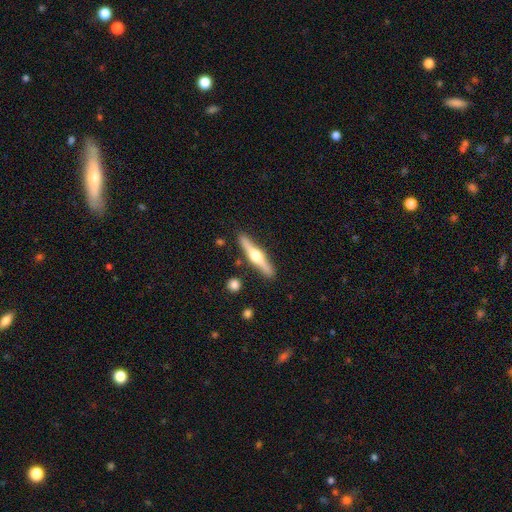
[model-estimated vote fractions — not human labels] This appears to be a featured or disk galaxy (70%) viewed edge-on (97%) with a rounded central bulge (95%). Merging: none (88%).